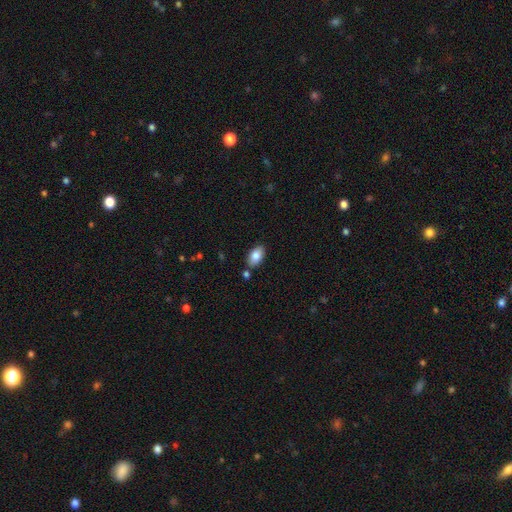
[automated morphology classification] Smooth or featured? smooth (84%)
How rounded? in between (93%)
Merging? none (81%)